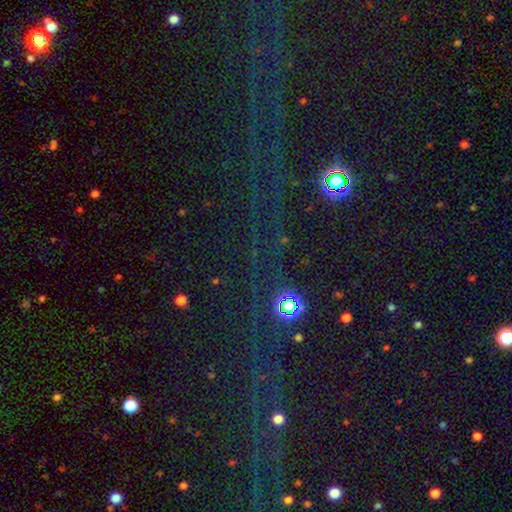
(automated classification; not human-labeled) smooth_or_featured: star or artifact (p=0.76) [alt: smooth p=0.13]